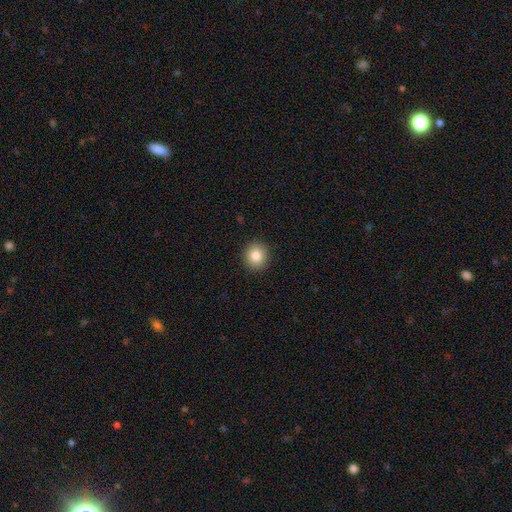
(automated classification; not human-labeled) A smooth galaxy with no disk features (84%) that is round (86%). Merging: none (92%).